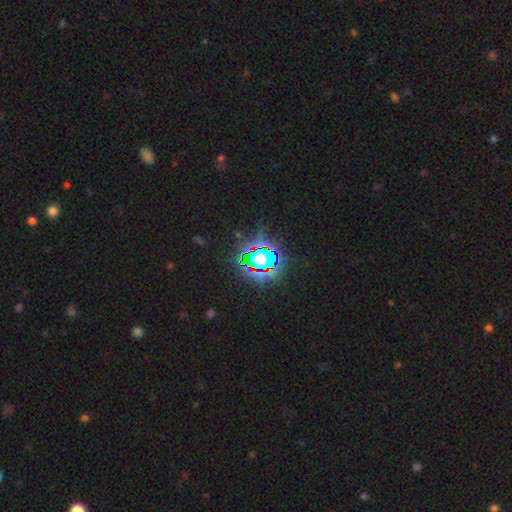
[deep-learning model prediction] This appears to be a star or artifact, not a galaxy (79%).